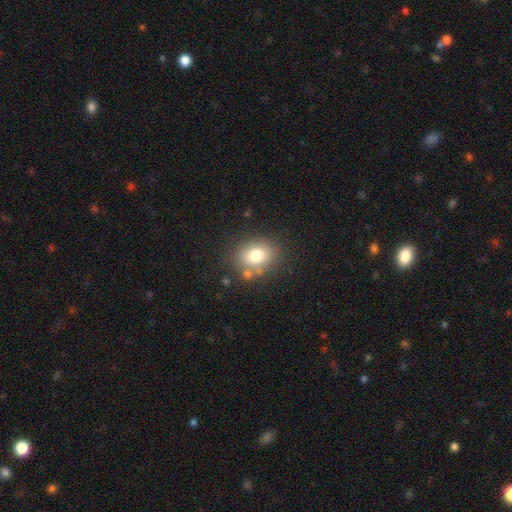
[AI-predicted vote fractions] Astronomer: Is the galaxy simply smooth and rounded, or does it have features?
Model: smooth — 75%.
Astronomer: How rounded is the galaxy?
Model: round — 57% (runner-up: in between, 42%).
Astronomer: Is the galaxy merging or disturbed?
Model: none — 74%.